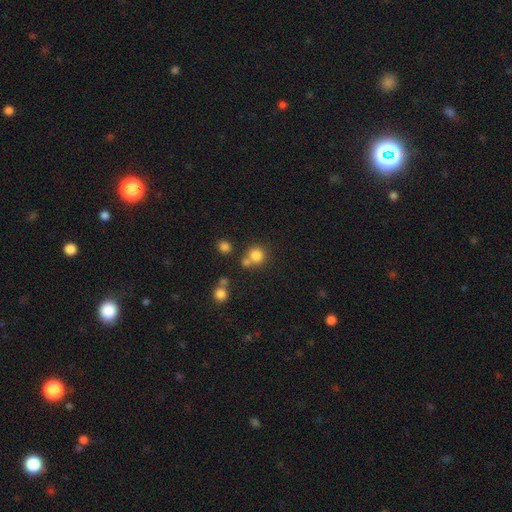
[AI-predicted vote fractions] Smooth or featured?
  - smooth: 80% *
  - star or artifact: 13%
  - featured or disk: 7%
How rounded?
  - round: 89% *
  - in between: 10%
  - cigar-shaped: 1%
Merging?
  - none: 62% *
  - merger: 25%
  - minor disturbance: 9%
  - major disturbance: 4%